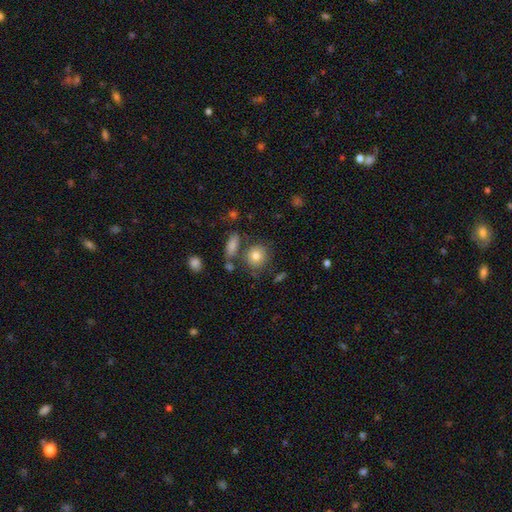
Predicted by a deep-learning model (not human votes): Q: Smooth or featured?
A: smooth (81%); runner-up: featured or disk (11%)
Q: How rounded?
A: round (76%); runner-up: in between (23%)
Q: Merging?
A: none (69%); runner-up: minor disturbance (13%)